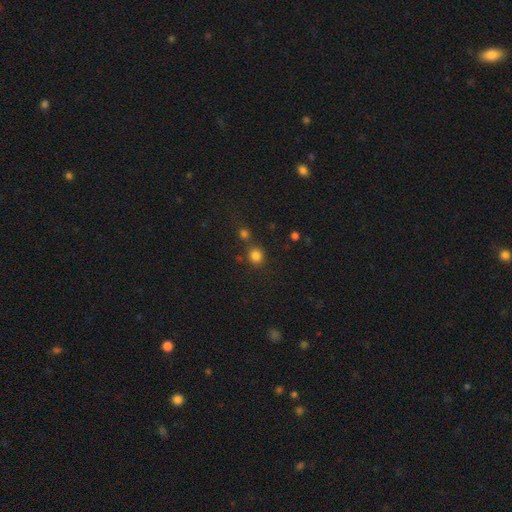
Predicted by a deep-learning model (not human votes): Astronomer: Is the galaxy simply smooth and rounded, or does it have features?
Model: smooth — 80%.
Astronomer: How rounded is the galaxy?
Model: round — 84%.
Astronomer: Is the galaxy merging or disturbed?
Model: none — 70%.